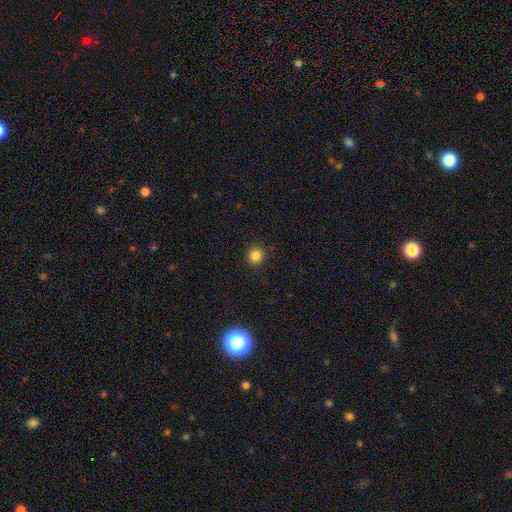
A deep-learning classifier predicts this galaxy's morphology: A smooth galaxy with no disk features (83%) that is round (94%). Merging: none (91%).